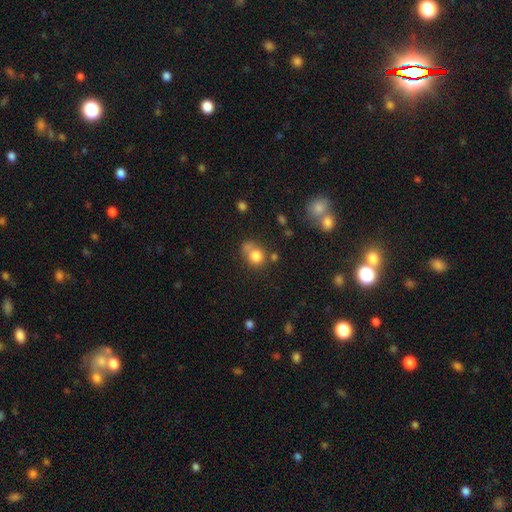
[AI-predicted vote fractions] smooth 79%, star or artifact 11%, featured or disk 9%. Down the decision tree: how rounded — round (72%); merging — none (46%).